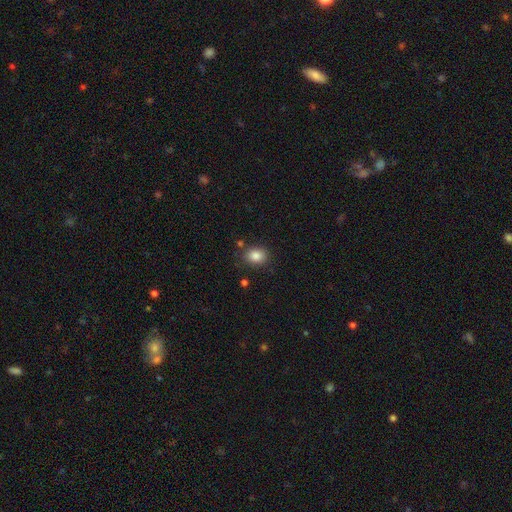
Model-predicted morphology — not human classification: Smooth or featured: smooth — 85% (star or artifact — 10%)
How rounded: in between — 50% (round — 49%)
Merging: none — 80% (minor disturbance — 12%)